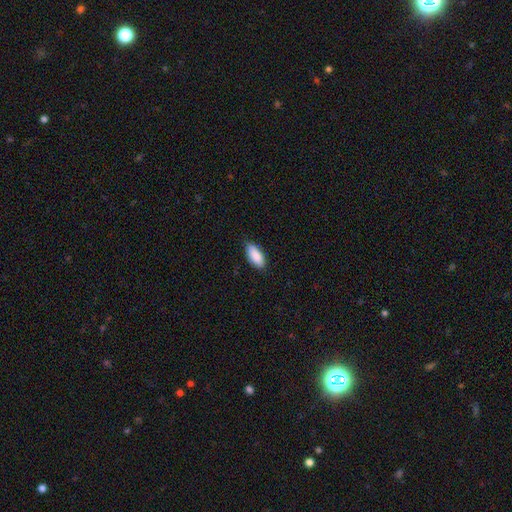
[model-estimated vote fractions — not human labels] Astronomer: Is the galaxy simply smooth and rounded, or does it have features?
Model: smooth — 89%.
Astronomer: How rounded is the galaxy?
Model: in between — 87%.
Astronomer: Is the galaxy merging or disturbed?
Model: none — 84%.